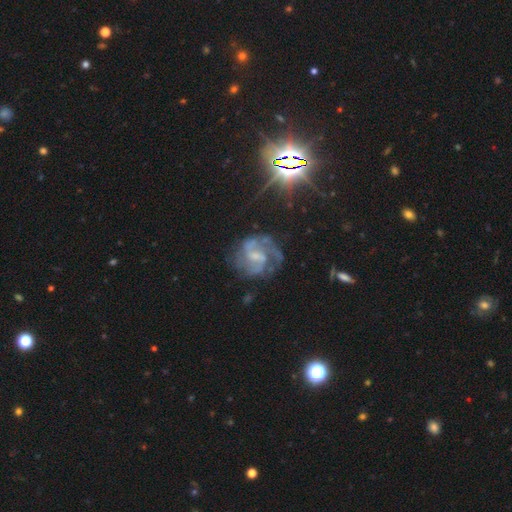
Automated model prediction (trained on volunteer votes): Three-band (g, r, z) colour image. It shows a featured or disk galaxy (82%) with a weak bar (54%), 2 (60%) medium (52%) spiral arms (93%) and a small central bulge (50%). Merging: none (59%).